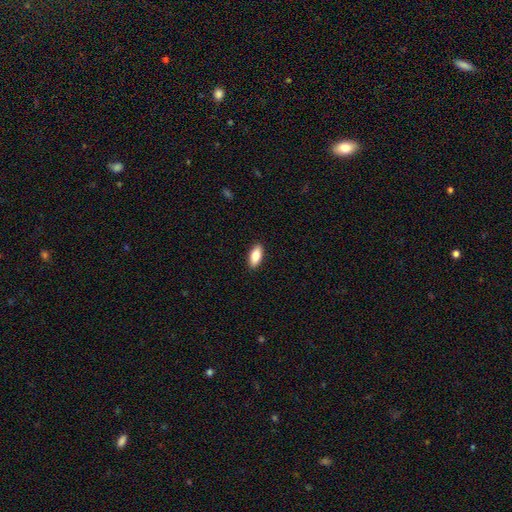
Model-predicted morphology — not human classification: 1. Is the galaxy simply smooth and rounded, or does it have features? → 82% smooth, 11% featured or disk, 6% star or artifact.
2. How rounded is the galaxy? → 84% in between, 13% cigar-shaped, 2% round.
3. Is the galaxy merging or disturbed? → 90% none, 7% minor disturbance, 2% major disturbance, 1% merger.